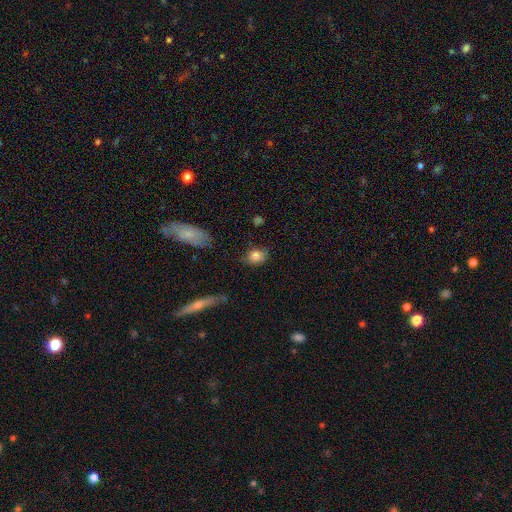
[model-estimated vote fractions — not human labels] This is clearly a smooth galaxy (81%). How rounded: possibly in between (50%). Merging: likely none (66%).